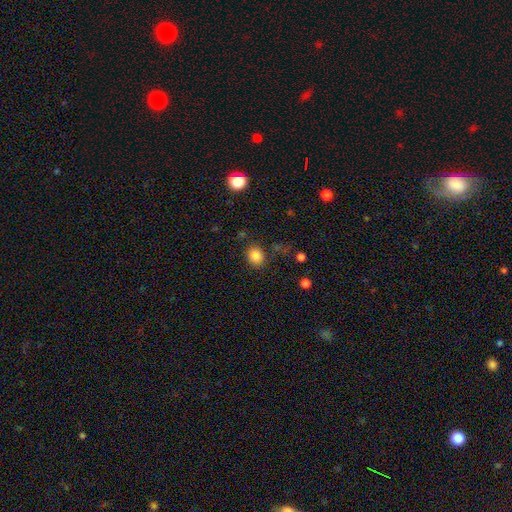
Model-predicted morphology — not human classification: smooth_or_featured: smooth (p=0.84) [alt: star or artifact p=0.11]
how_rounded: round (p=0.60) [alt: in between p=0.39]
merging: none (p=0.80) [alt: minor disturbance p=0.12]